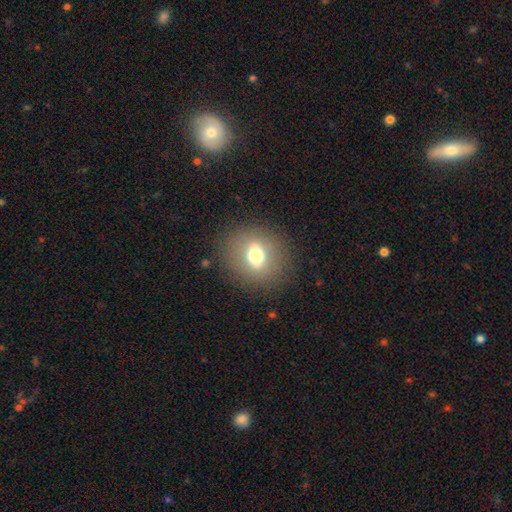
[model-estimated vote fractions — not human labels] A smooth galaxy with no disk features (60%) that is round (68%).

Vote fractions:
- Smooth or featured? smooth: 60% / featured or disk: 28% / star or artifact: 13%
- How rounded? round: 68% / in between: 31% / cigar-shaped: 2%
- Merging? none: 84% / minor disturbance: 9% / major disturbance: 5% / merger: 1%